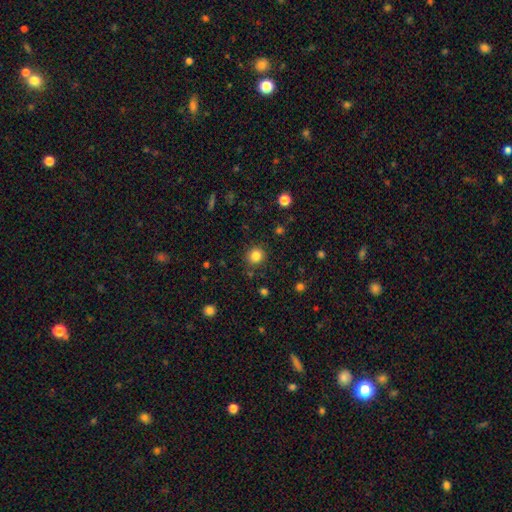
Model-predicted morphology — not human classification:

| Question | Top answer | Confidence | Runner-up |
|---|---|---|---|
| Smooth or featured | smooth | 83% | star or artifact (12%) |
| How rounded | round | 90% | in between (10%) |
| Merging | none | 88% | minor disturbance (8%) |